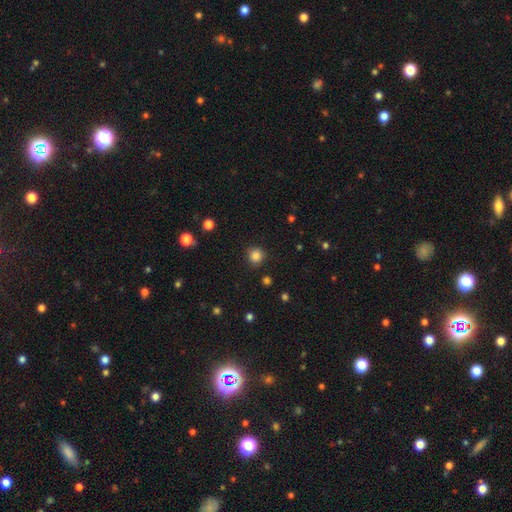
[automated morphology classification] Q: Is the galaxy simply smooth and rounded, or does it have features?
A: smooth — 84%.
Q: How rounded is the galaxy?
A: round — 93%.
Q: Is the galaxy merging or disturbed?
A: none — 89%.